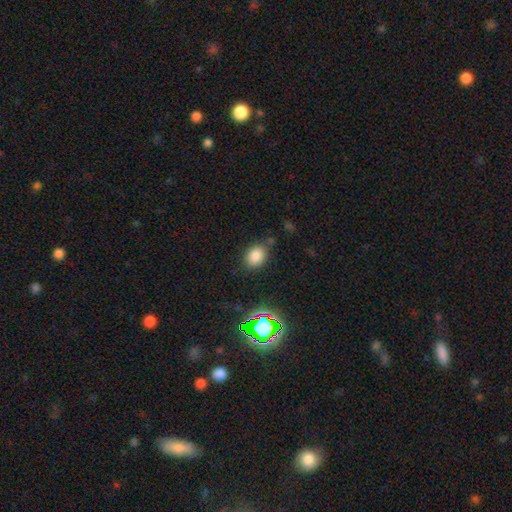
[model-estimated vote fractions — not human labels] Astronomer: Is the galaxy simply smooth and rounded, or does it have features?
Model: smooth — 79%.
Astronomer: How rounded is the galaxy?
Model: in between — 58% (runner-up: round, 41%).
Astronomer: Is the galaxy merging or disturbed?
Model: none — 74%.